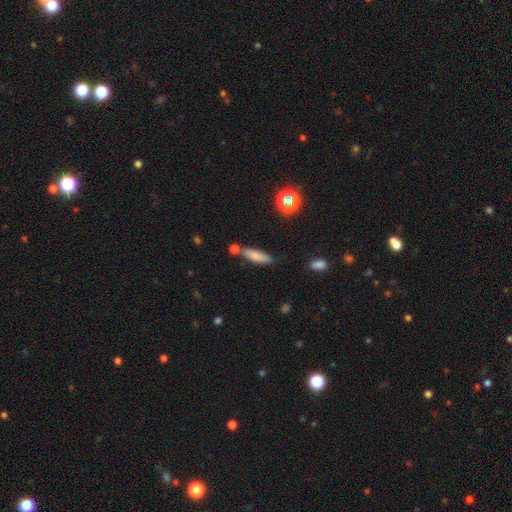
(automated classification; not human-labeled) smooth 75%, featured or disk 14%, star or artifact 10%. Down the decision tree: how rounded — cigar-shaped (60%); merging — none (64%).